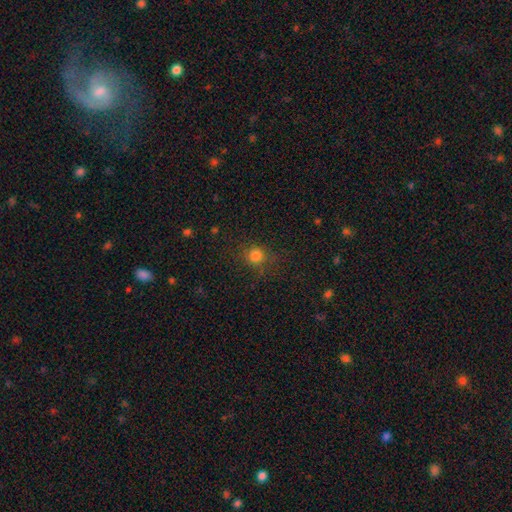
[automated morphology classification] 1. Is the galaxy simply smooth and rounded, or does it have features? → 80% smooth, 15% star or artifact, 6% featured or disk.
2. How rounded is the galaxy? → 88% round, 11% in between, 1% cigar-shaped.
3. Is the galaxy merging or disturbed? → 79% none, 13% minor disturbance, 6% major disturbance, 2% merger.